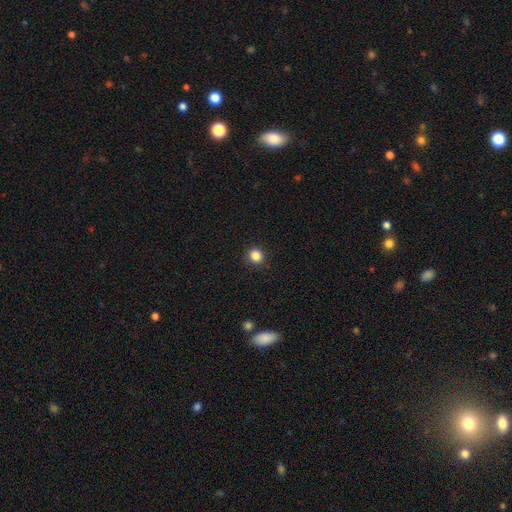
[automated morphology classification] The model was most divided on "how rounded": round: 83%, in between: 16%, cigar-shaped: 1%. More confident: merging — none (88%); smooth or featured — smooth (85%).